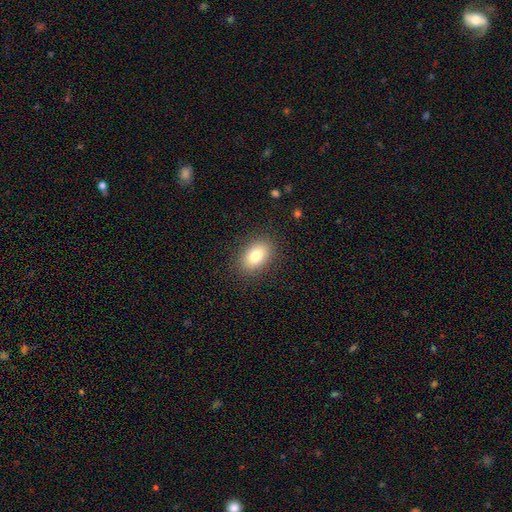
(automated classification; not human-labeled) Smooth or featured? Predicted: smooth (p=0.80). How rounded? Predicted: in between (p=0.84). Merging? Predicted: none (p=0.87).